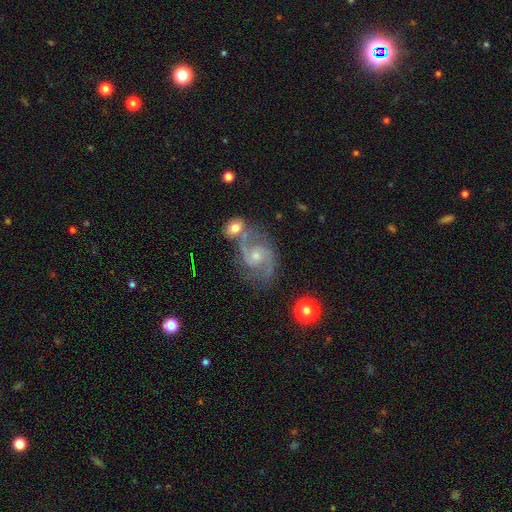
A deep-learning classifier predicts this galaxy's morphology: featured or disk 68%, smooth 17%, star or artifact 16%. Down the decision tree: edge-on disk — no (96%); bar — no (48%); spiral arms — yes (85%); spiral arm count — 2 (69%); spiral winding — medium (46%); bulge size — small (51%); merging — none (56%).